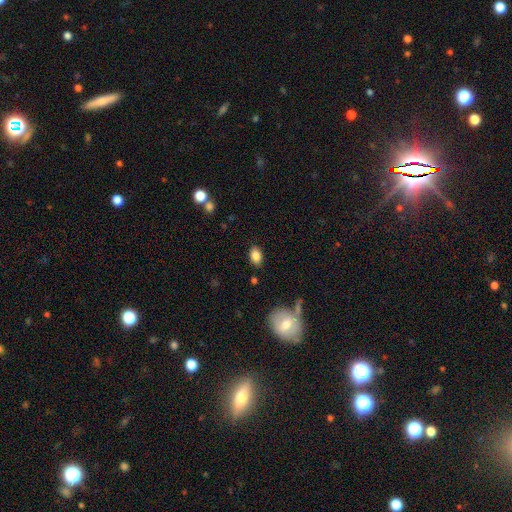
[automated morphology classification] This is clearly a smooth galaxy (84%). How rounded: clearly in between (85%). Merging: clearly none (83%).